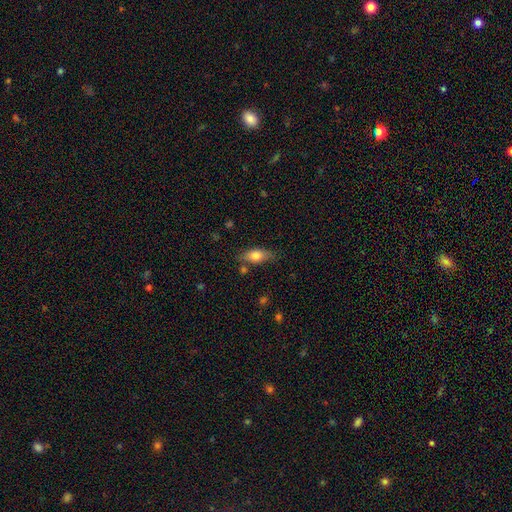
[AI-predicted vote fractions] Morphology: type=smooth (77%); roundness=in between (82%); merging=none (72%).